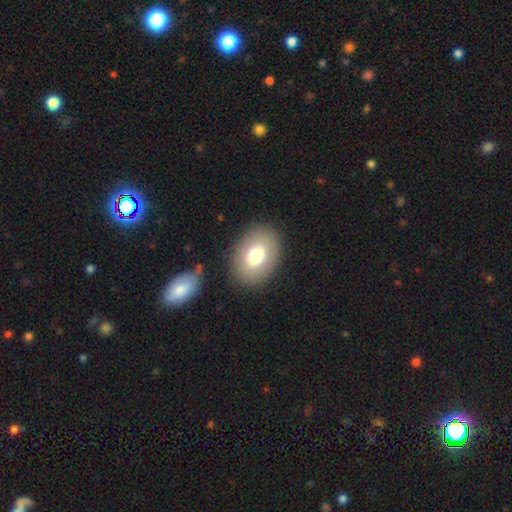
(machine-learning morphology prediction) Overall: smooth (74%). How rounded: in between (71%). Merging: none (85%).